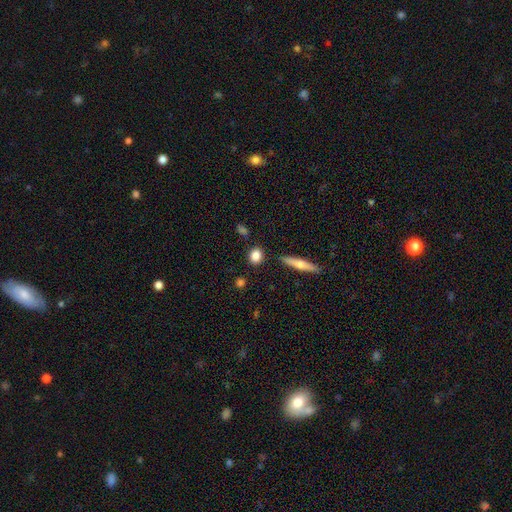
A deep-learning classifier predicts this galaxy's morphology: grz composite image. It shows a smooth galaxy with no disk features (83%) that is round (60%). Merging: none (85%).